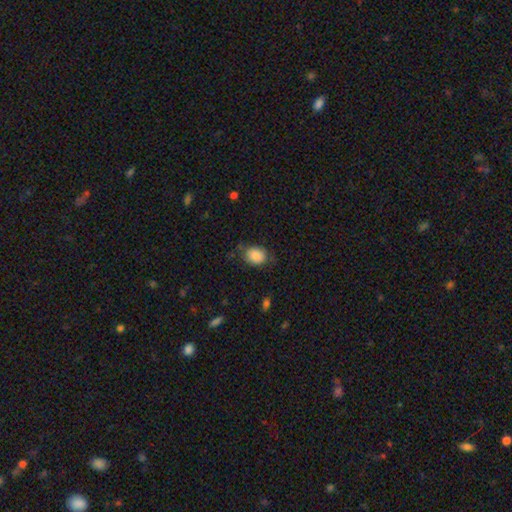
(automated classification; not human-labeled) smooth-or-featured: smooth: 86% | star or artifact: 8% | featured or disk: 6%
  how-rounded: round: 54% | in between: 45% | cigar-shaped: 1%
  merging: none: 71% | minor disturbance: 21% | major disturbance: 6% | merger: 2%